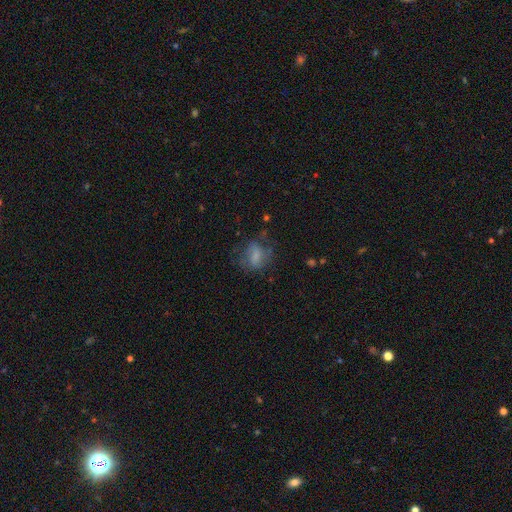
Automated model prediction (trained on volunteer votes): Smooth or featured? Predicted: smooth (p=0.57). How rounded? Predicted: in between (p=0.58). Merging? Predicted: none (p=0.47).